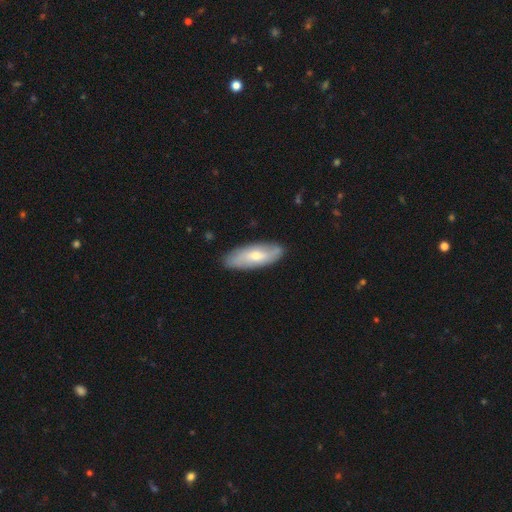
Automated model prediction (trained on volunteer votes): The model was most divided on "smooth or featured" (2-way tie): featured or disk: 47%, smooth: 47%, star or artifact: 6%. More confident: merging — none (85%).